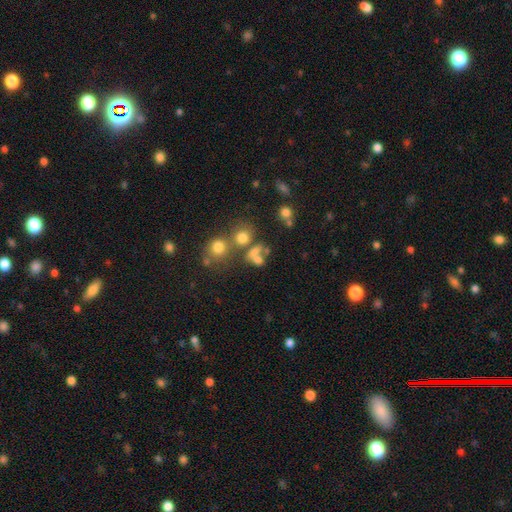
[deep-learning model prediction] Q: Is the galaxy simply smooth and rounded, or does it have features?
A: smooth — 61%.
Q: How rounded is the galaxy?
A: round — 51%.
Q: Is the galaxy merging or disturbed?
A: merger — 41%.